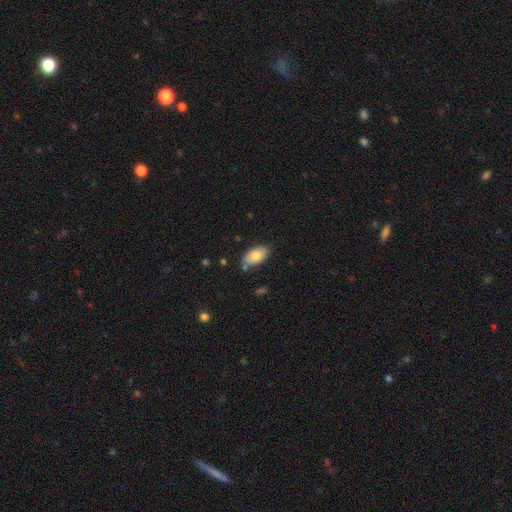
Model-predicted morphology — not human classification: Q: Smooth or featured?
A: smooth (82%); runner-up: featured or disk (12%)
Q: How rounded?
A: in between (94%); runner-up: round (3%)
Q: Merging?
A: none (78%); runner-up: minor disturbance (15%)